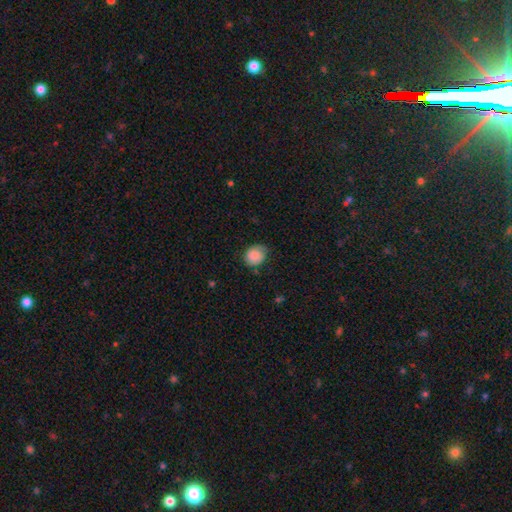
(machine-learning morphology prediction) type=smooth (81%); roundness=round (69%); merging=none (63%).